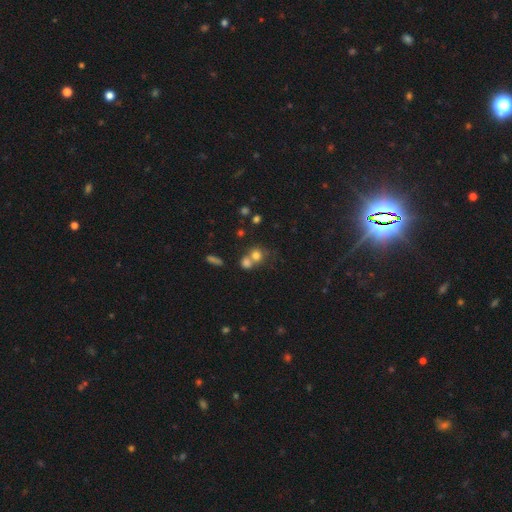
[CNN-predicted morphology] type=smooth (72%); roundness=round (76%); merging=merger (51%).